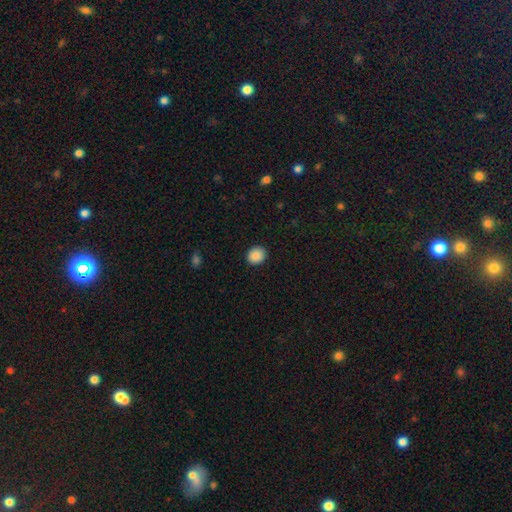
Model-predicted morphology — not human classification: Smooth or featured? Predicted: smooth (p=0.89). How rounded? Predicted: round (p=0.77). Merging? Predicted: none (p=0.90).